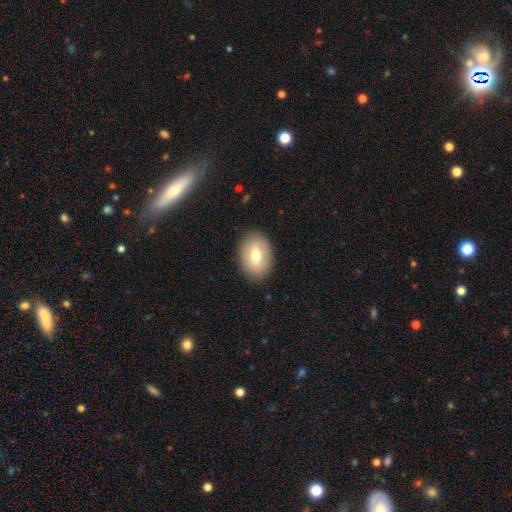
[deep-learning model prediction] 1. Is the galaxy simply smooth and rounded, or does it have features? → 67% smooth, 25% featured or disk, 8% star or artifact.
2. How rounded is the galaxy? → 78% in between, 21% round, 1% cigar-shaped.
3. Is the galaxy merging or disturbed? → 86% none, 10% minor disturbance, 3% major disturbance, 1% merger.